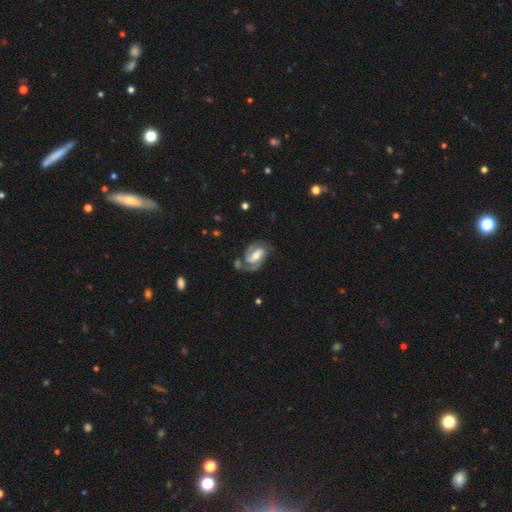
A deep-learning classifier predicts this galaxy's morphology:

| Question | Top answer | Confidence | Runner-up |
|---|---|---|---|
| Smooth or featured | featured or disk | 88% | smooth (8%) |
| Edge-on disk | no | 97% | yes (3%) |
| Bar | weak | 44% | strong (33%) |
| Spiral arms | yes | 96% | no (4%) |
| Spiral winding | medium | 46% | tight (41%) |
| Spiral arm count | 2 | 83% | 1 (6%) |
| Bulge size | moderate | 62% | small (29%) |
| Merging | none | 61% | minor disturbance (21%) |